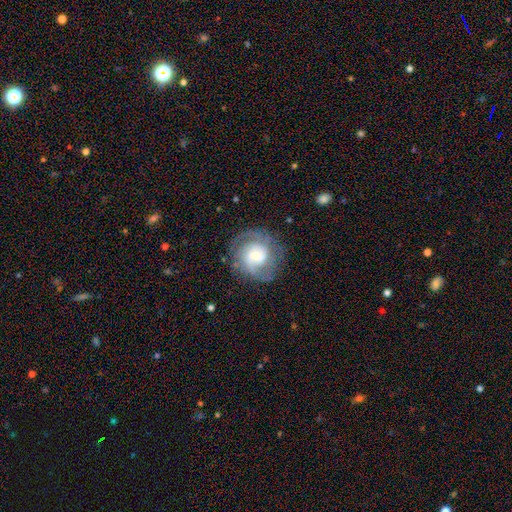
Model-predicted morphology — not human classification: Smooth or featured?
  - featured or disk: 73% *
  - smooth: 20%
  - star or artifact: 7%
Edge-on disk?
  - no: 98% *
  - yes: 2%
Bar?
  - no: 51% *
  - weak: 40%
  - strong: 9%
Spiral arms?
  - yes: 92% *
  - no: 8%
Spiral winding?
  - medium: 43% *
  - tight: 41%
  - loose: 16%
Spiral arm count?
  - 2: 49% *
  - can't tell: 23%
  - 3: 14%
  - 1: 6%
  - 4: 4%
  - more than 4: 4%
Bulge size?
  - moderate: 31% *
  - small: 30%
  - large: 27%
  - none: 8%
  - dominant: 4%
Merging?
  - none: 74% *
  - minor disturbance: 15%
  - major disturbance: 10%
  - merger: 1%